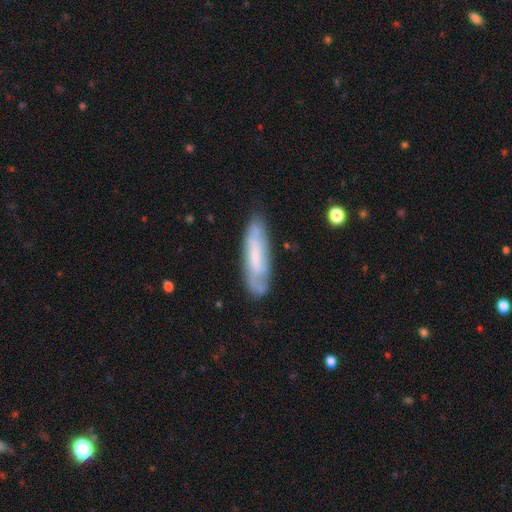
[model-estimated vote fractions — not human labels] smooth-or-featured: featured or disk: 50% | smooth: 43% | star or artifact: 7%
  disk-edge-on: no: 65% | yes: 35%
  merging: none: 72% | minor disturbance: 20% | major disturbance: 5% | merger: 2%